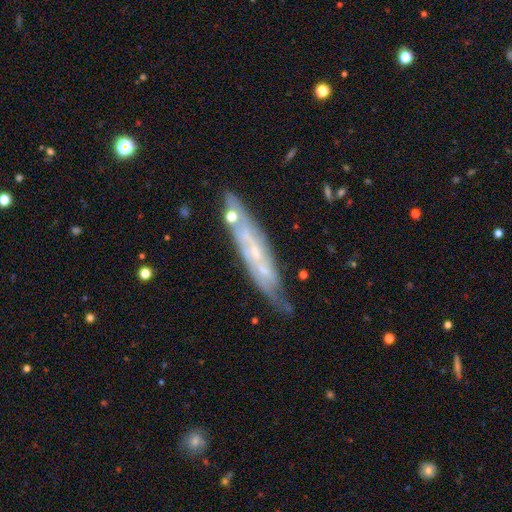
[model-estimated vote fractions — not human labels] This is likely a featured or disk galaxy (71%). It is possibly not viewed edge-on (54%). Merging: likely none (70%).